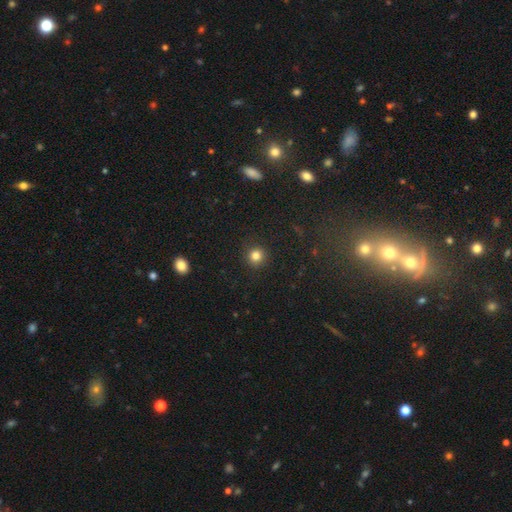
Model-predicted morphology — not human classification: Smooth or featured? smooth (82%)
How rounded? round (92%)
Merging? none (91%)